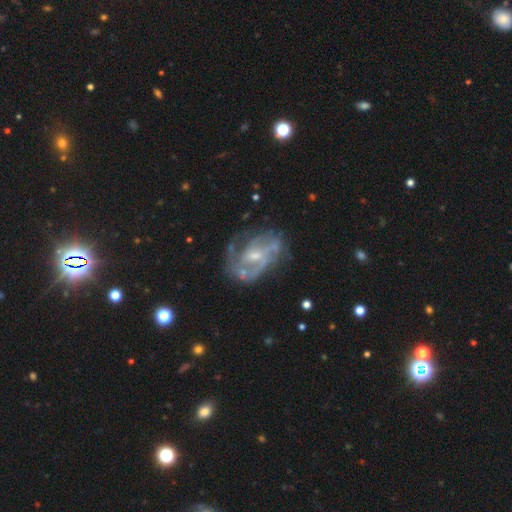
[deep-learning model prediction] This appears to be a featured or disk galaxy (84%) with a weak bar (46%), 2 (43%) medium (47%) spiral arms (88%) and a small central bulge (53%). Merging: none (55%).